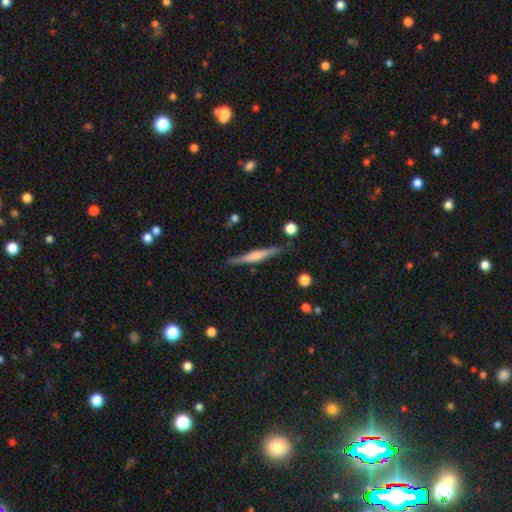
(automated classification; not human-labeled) Smooth or featured: featured or disk — 67% (smooth — 27%)
Edge-on disk: yes — 97% (no — 3%)
Edge-on bulge: rounded — 63% (none — 20%)
Merging: none — 87% (minor disturbance — 9%)